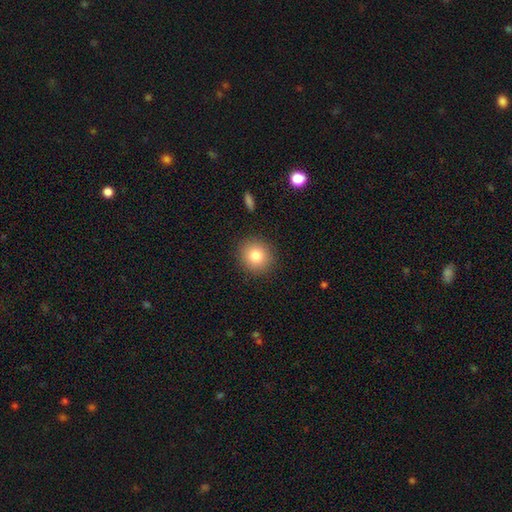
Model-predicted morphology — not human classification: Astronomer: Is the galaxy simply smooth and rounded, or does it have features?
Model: smooth — 81%.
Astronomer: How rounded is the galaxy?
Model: round — 88%.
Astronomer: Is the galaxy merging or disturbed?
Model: none — 89%.